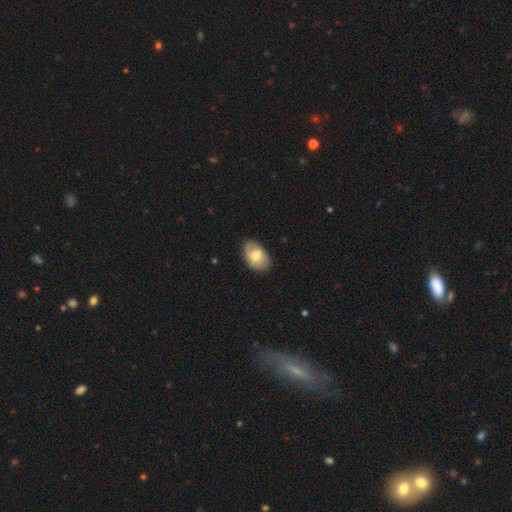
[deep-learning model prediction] smooth 65%, featured or disk 29%, star or artifact 6%. Down the decision tree: how rounded — in between (89%); merging — none (77%).